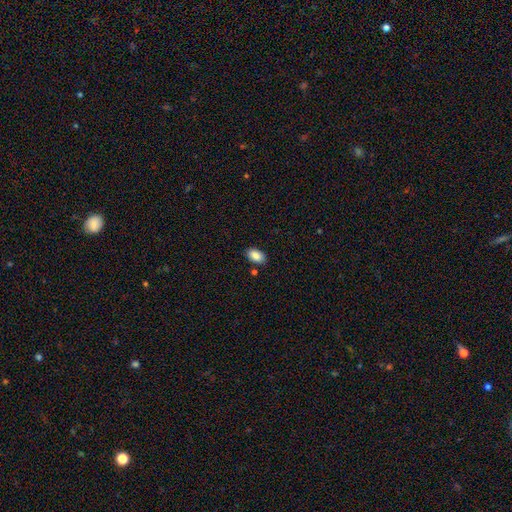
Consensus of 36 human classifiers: Volunteers were most divided on "merging": none: 77%, merger: 11%, minor disturbance: 9%, major disturbance: 3%. More confident: smooth or featured — smooth (94%); how rounded — in between (91%).